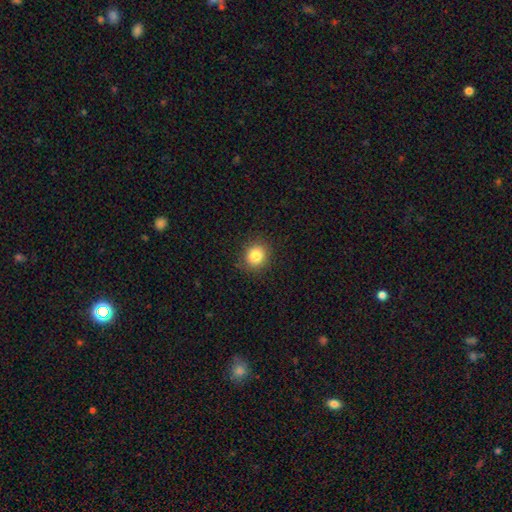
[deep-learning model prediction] The model was most divided on "how rounded": round: 82%, in between: 17%, cigar-shaped: 1%. More confident: merging — none (88%); smooth or featured — smooth (83%).